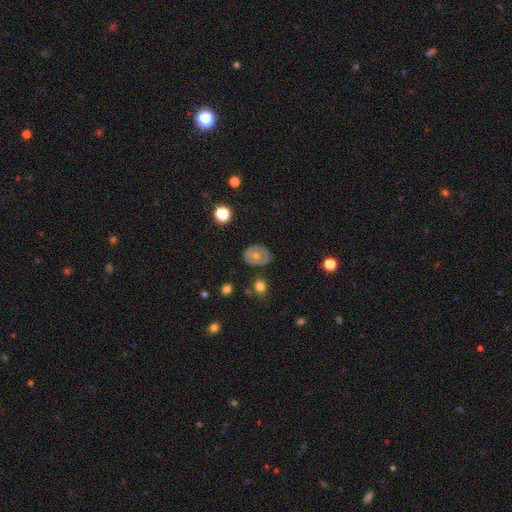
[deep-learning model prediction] A smooth galaxy with no disk features (52%) that is in between round and cigar-shaped (59%).

Vote fractions:
- Smooth or featured? smooth: 52% / featured or disk: 39% / star or artifact: 9%
- How rounded? in between: 59% / round: 40% / cigar-shaped: 1%
- Merging? none: 71% / minor disturbance: 21% / major disturbance: 6% / merger: 2%